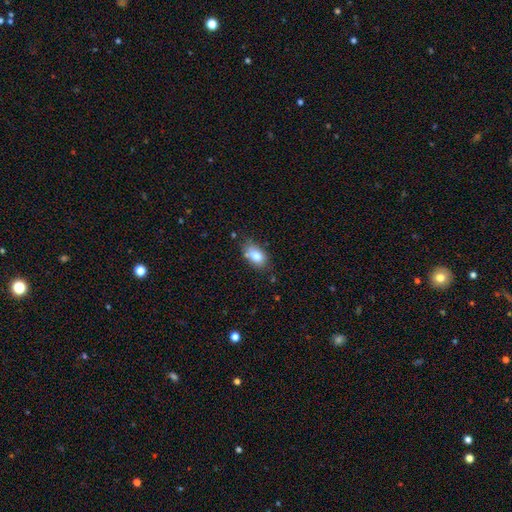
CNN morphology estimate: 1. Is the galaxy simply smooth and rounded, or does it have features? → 82% smooth, 10% featured or disk, 8% star or artifact.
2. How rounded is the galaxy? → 88% in between, 10% round, 2% cigar-shaped.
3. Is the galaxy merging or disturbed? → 66% none, 22% minor disturbance, 7% merger, 5% major disturbance.